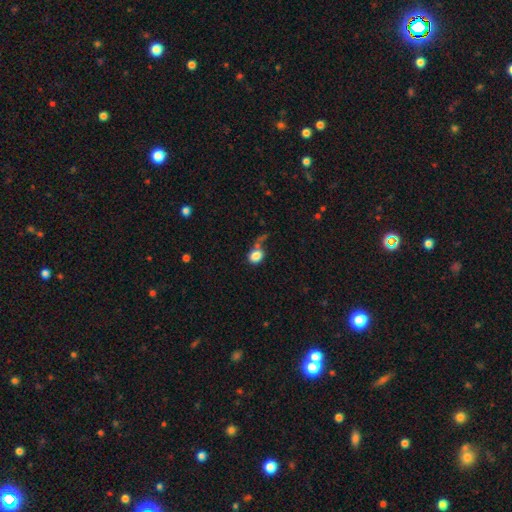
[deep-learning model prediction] Smooth or featured?
  - smooth: 82% *
  - star or artifact: 9%
  - featured or disk: 9%
How rounded?
  - round: 53% *
  - in between: 45%
  - cigar-shaped: 1%
Merging?
  - none: 39% *
  - major disturbance: 22%
  - merger: 21%
  - minor disturbance: 18%